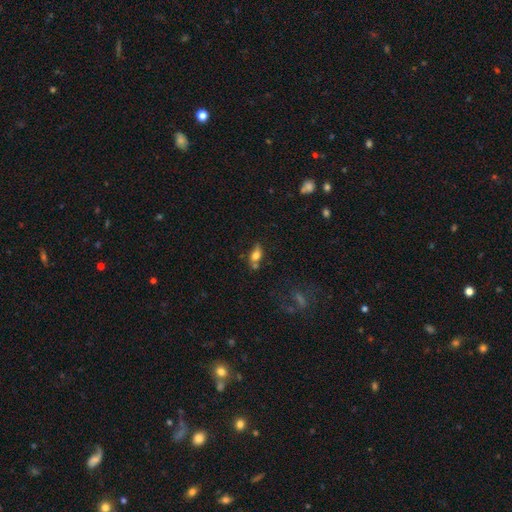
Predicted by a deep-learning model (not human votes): Q: Smooth or featured?
A: smooth (64%); runner-up: featured or disk (25%)
Q: How rounded?
A: in between (77%); runner-up: cigar-shaped (12%)
Q: Merging?
A: none (53%); runner-up: minor disturbance (23%)